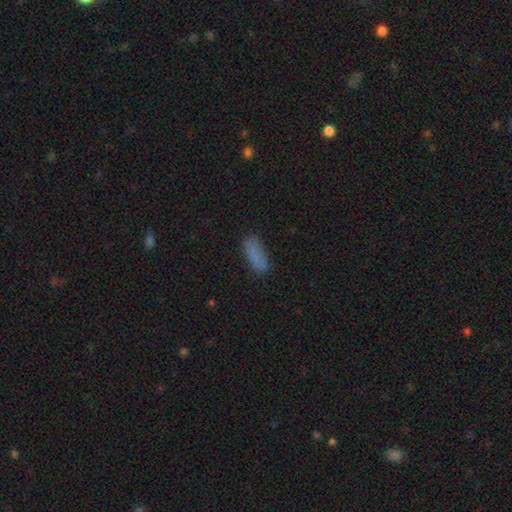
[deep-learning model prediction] smooth-or-featured: smooth: 82% | star or artifact: 10% | featured or disk: 8%
  how-rounded: in between: 58% | cigar-shaped: 40% | round: 2%
  merging: none: 75% | minor disturbance: 17% | major disturbance: 5% | merger: 2%